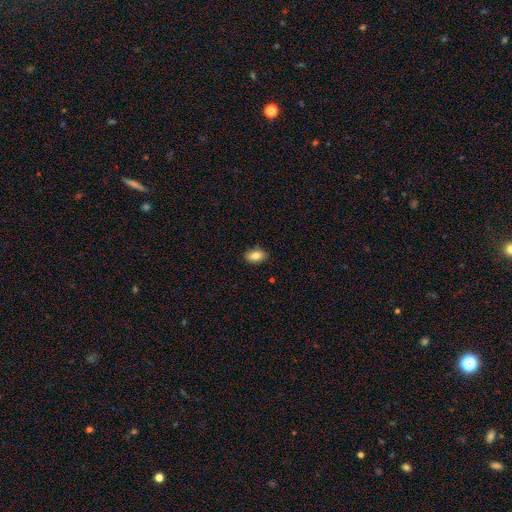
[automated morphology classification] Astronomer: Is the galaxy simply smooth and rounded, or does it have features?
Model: smooth — 82%.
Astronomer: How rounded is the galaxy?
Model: in between — 90%.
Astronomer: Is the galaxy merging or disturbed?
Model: none — 85%.